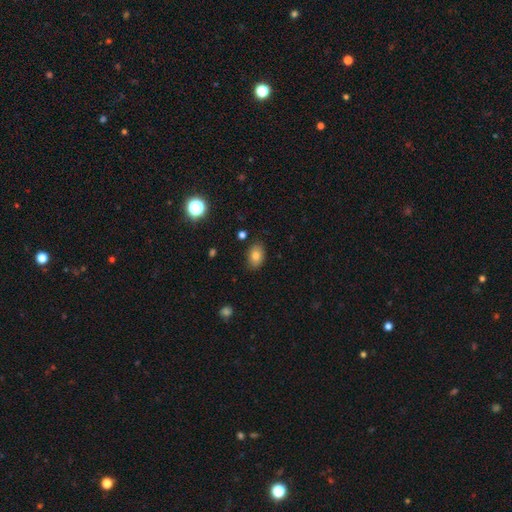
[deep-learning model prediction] Smooth or featured: smooth — 80% (featured or disk — 10%)
How rounded: in between — 82% (round — 16%)
Merging: none — 84% (minor disturbance — 12%)